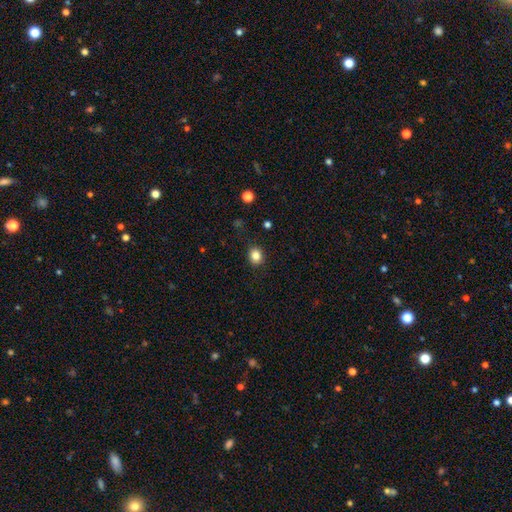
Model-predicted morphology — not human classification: The model was most divided on "how rounded": round: 66%, in between: 33%, cigar-shaped: 1%. More confident: merging — none (87%); smooth or featured — smooth (84%).